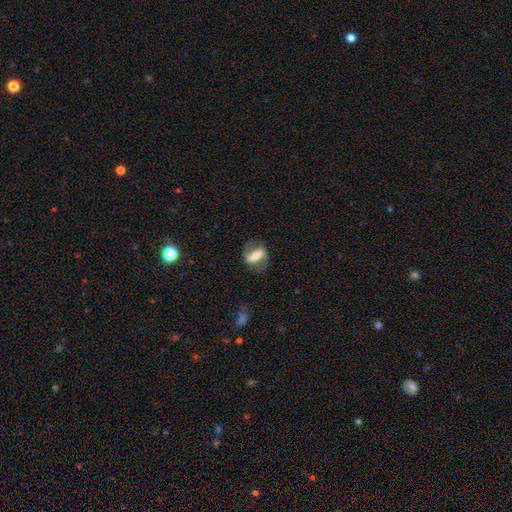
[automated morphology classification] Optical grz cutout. It shows a featured or disk galaxy (66%) with a strong bar (64%), spiral arms (77%) and a moderate central bulge (47%). Merging: none (72%).